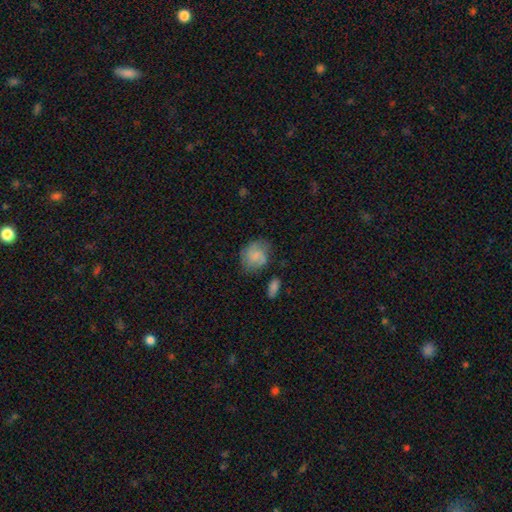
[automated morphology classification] smooth_or_featured: smooth (p=0.60) [alt: featured or disk p=0.32]
how_rounded: round (p=0.63) [alt: in between p=0.36]
merging: none (p=0.59) [alt: minor disturbance p=0.25]